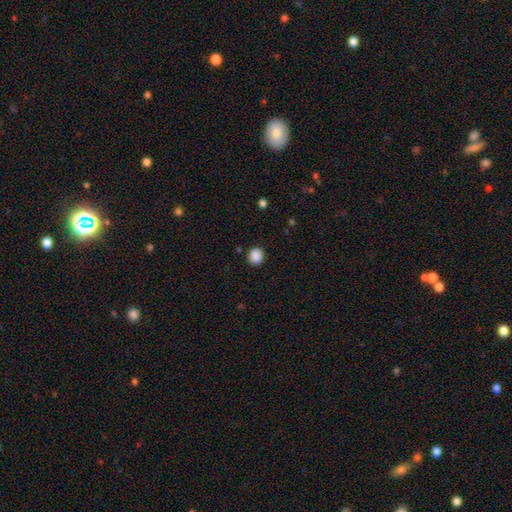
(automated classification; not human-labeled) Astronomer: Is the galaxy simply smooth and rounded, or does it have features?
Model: smooth — 88%.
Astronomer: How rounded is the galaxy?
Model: round — 81%.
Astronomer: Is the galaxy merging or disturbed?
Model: none — 89%.